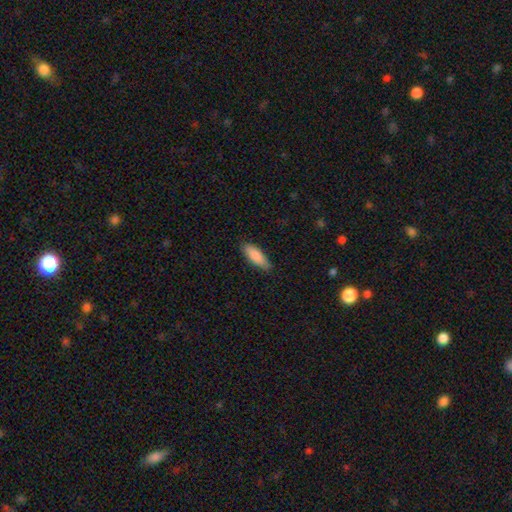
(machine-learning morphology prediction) smooth 86%, featured or disk 8%, star or artifact 6%. Down the decision tree: how rounded — in between (62%); merging — none (83%).